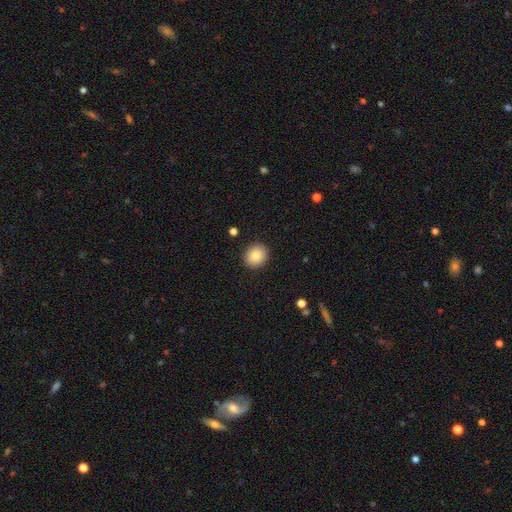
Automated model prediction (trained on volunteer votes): This is clearly a smooth galaxy (83%). How rounded: clearly round (82%). Merging: clearly none (91%).